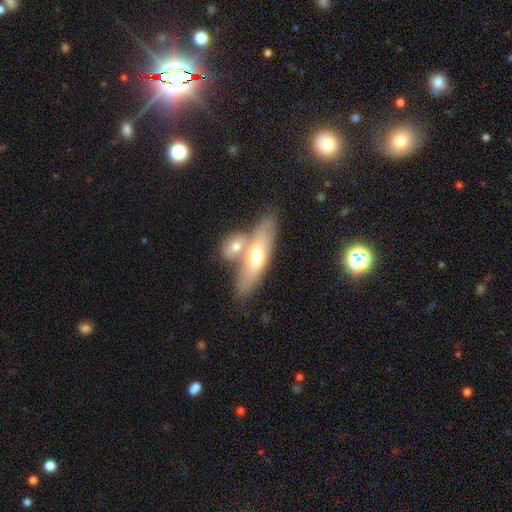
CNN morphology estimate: A smooth galaxy with no disk features (54%) that is cigar-shaped (52%). Merging: merger (45%).